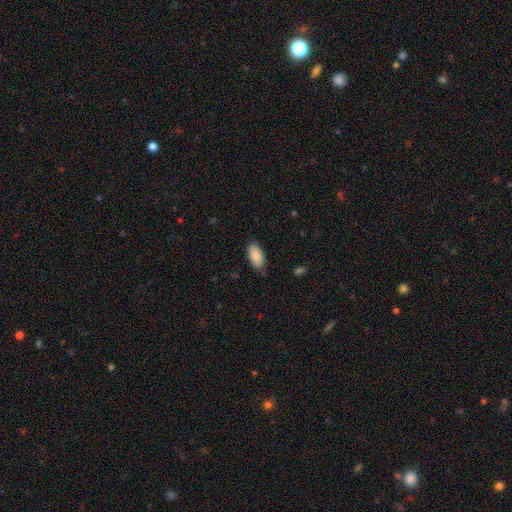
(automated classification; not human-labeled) smooth_or_featured: smooth (p=0.88) [alt: star or artifact p=0.06]
how_rounded: in between (p=0.93) [alt: cigar-shaped p=0.05]
merging: none (p=0.80) [alt: minor disturbance p=0.16]